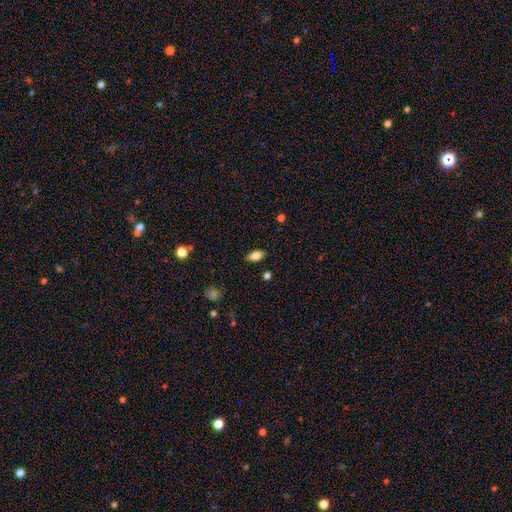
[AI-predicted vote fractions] A smooth galaxy with no disk features (81%) that is in between round and cigar-shaped (88%). Merging: none (87%).